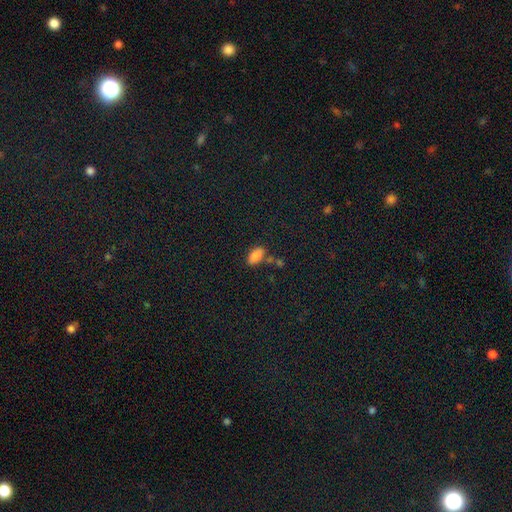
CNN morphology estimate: smooth 85%, star or artifact 10%, featured or disk 5%. Down the decision tree: how rounded — in between (93%); merging — none (70%).